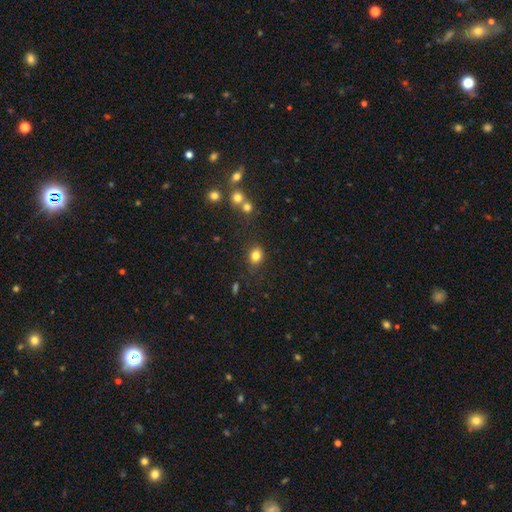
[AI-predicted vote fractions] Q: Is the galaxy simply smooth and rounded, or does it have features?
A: smooth — 82%.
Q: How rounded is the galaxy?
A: round — 62%.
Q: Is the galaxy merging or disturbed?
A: none — 81%.